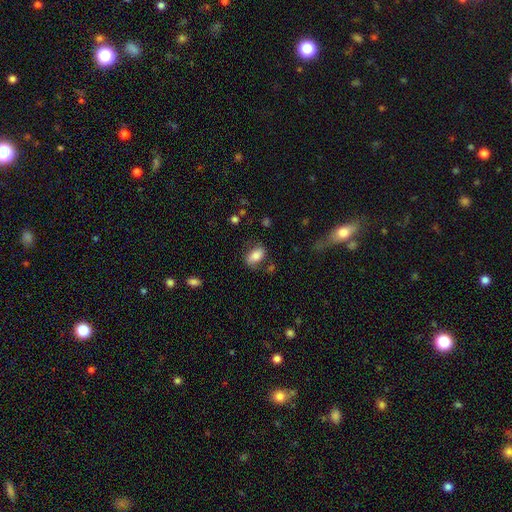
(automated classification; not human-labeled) The model was most divided on "merging": none: 70%, minor disturbance: 19%, major disturbance: 7%, merger: 4%. More confident: how rounded — in between (88%); smooth or featured — smooth (75%).